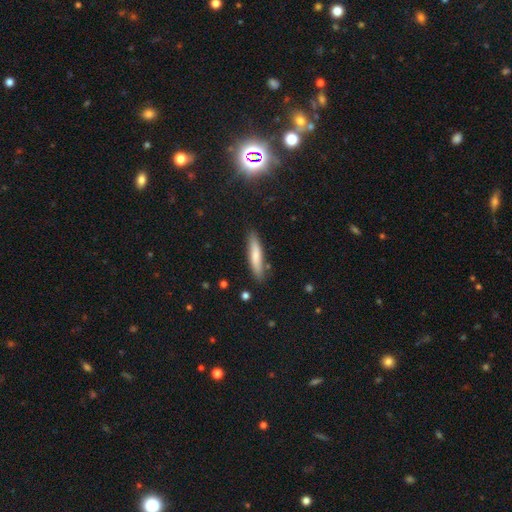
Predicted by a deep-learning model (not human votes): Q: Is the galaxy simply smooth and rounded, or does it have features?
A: smooth — 72%.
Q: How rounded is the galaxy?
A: cigar-shaped — 84%.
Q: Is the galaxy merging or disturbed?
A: none — 84%.